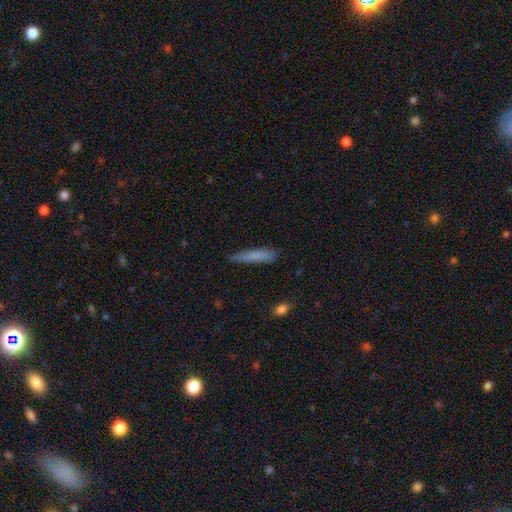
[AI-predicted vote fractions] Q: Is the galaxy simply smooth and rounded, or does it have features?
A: smooth — 78%.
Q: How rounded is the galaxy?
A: cigar-shaped — 90%.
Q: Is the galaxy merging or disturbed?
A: none — 70%.